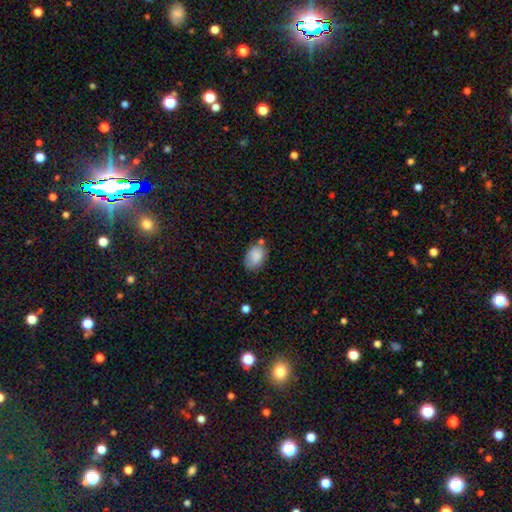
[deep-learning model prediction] Overall: smooth (85%). How rounded: in between (80%). Merging: none (61%; minor disturbance 25%).